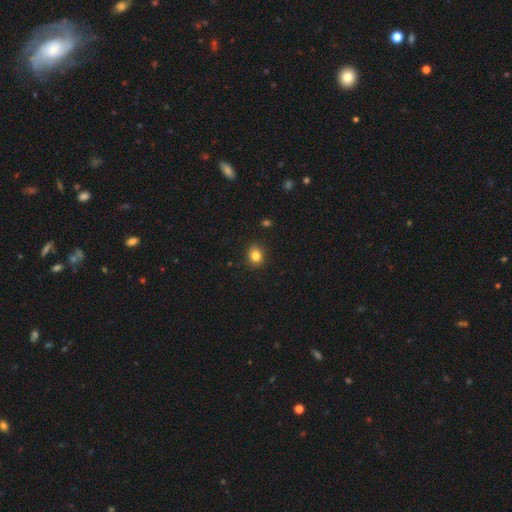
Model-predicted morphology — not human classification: Smooth or featured: smooth — 82% (star or artifact — 12%)
How rounded: round — 76% (in between — 23%)
Merging: none — 90% (minor disturbance — 7%)